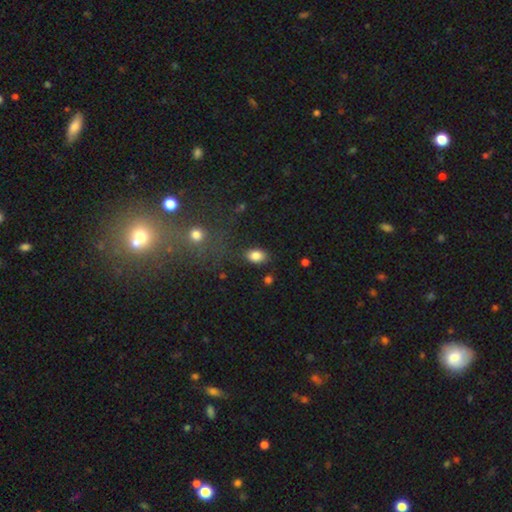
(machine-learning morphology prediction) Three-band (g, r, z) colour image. It shows a smooth galaxy with no disk features (85%) that is in between round and cigar-shaped (84%). Merging: none (84%).